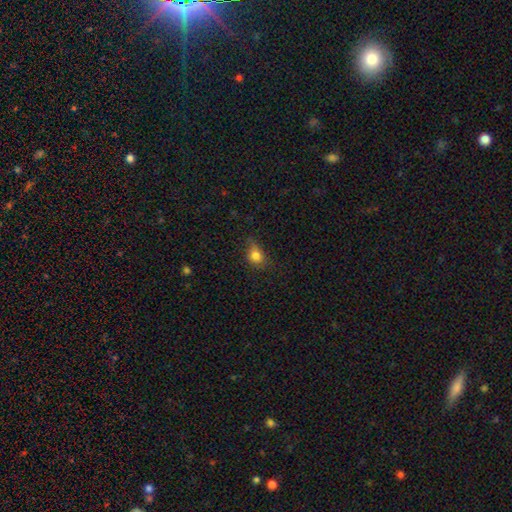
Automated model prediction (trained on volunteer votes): smooth_or_featured: smooth (p=0.80) [alt: star or artifact p=0.11]
how_rounded: round (p=0.61) [alt: in between p=0.38]
merging: none (p=0.57) [alt: minor disturbance p=0.31]